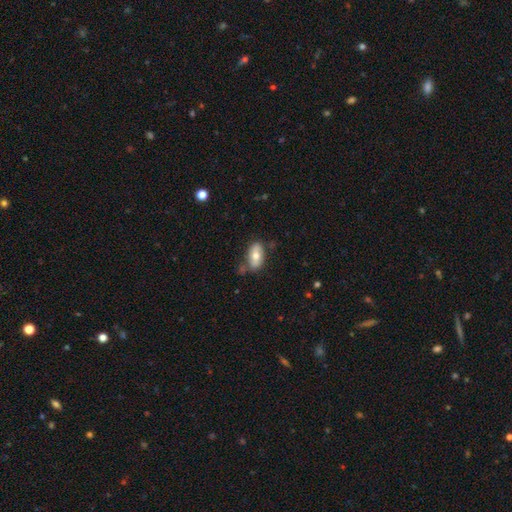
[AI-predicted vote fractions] smooth_or_featured: smooth (p=0.64) [alt: featured or disk p=0.29]
how_rounded: in between (p=0.91) [alt: round p=0.04]
merging: none (p=0.66) [alt: minor disturbance p=0.21]